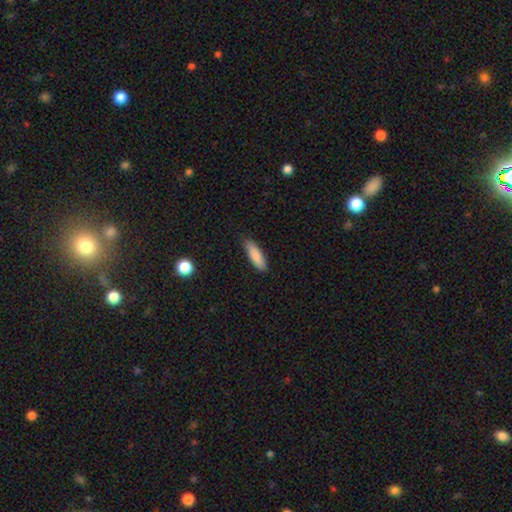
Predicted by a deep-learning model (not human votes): smooth-or-featured: smooth: 87% | featured or disk: 7% | star or artifact: 6%
  how-rounded: in between: 50% | cigar-shaped: 49% | round: 2%
  merging: none: 82% | minor disturbance: 15% | major disturbance: 2% | merger: 1%